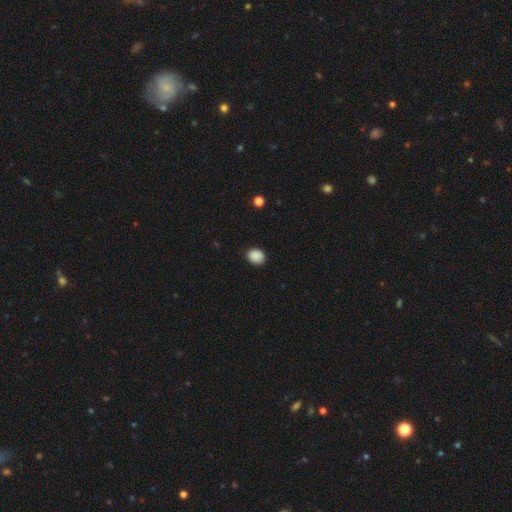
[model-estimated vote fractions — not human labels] Smooth or featured: smooth — 88% (star or artifact — 9%)
How rounded: in between — 50% (round — 49%)
Merging: none — 85% (minor disturbance — 12%)